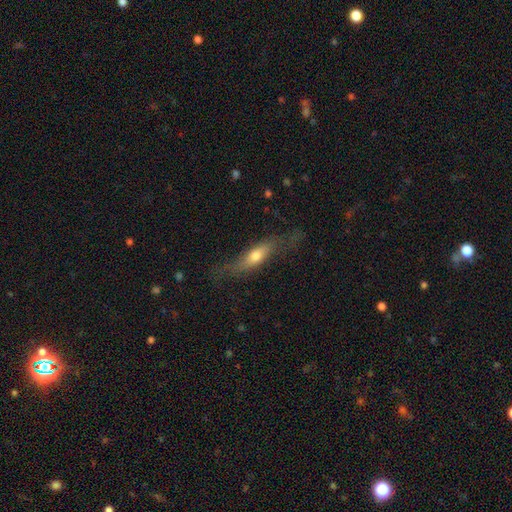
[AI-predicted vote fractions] smooth 51%, featured or disk 42%, star or artifact 7%. Down the decision tree: how rounded — cigar-shaped (64%); merging — none (64%).